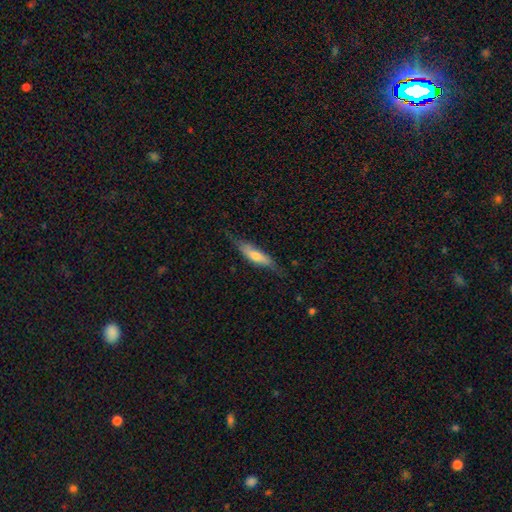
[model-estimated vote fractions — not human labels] Smooth or featured? smooth (59%)
How rounded? cigar-shaped (66%)
Merging? none (64%)